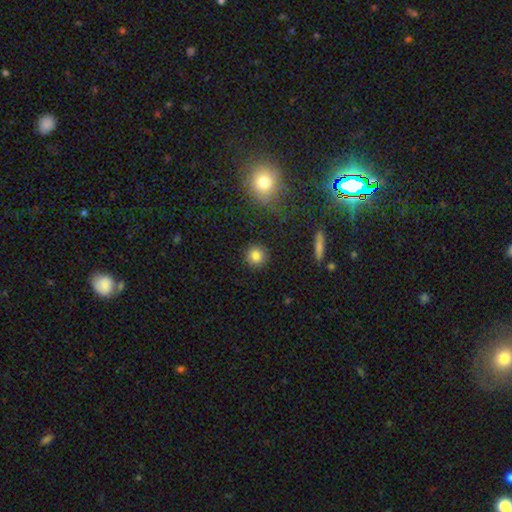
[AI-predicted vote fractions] Morphology: type=smooth (83%); roundness=round (94%); merging=none (91%).